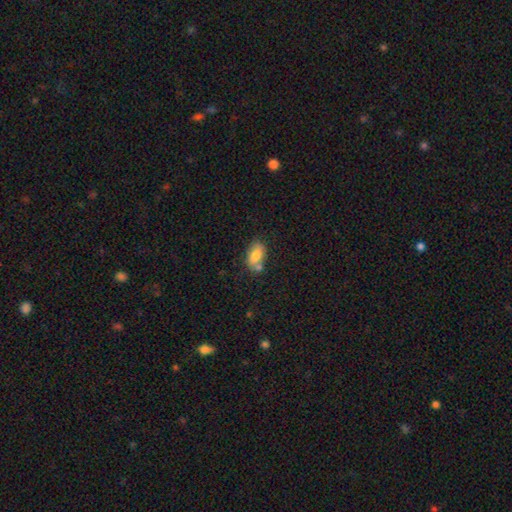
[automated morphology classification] Smooth or featured? Predicted: smooth (p=0.79). How rounded? Predicted: in between (p=0.90). Merging? Predicted: none (p=0.57).